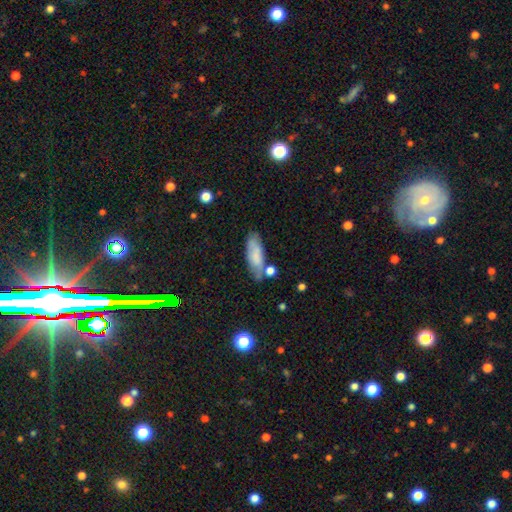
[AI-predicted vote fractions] smooth-or-featured: smooth: 72% | featured or disk: 20% | star or artifact: 8%
  how-rounded: in between: 60% | cigar-shaped: 37% | round: 2%
  merging: none: 62% | minor disturbance: 23% | merger: 9% | major disturbance: 6%